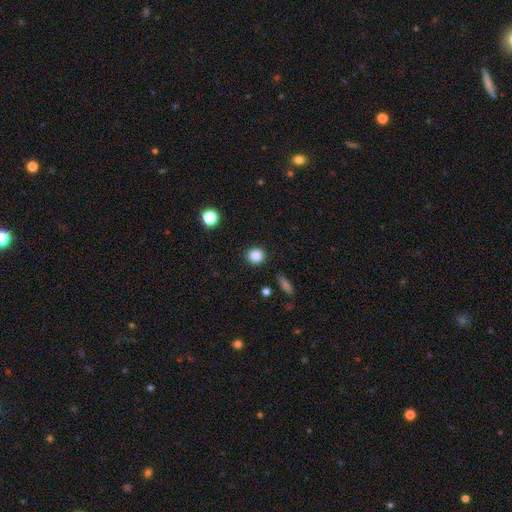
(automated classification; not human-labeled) smooth_or_featured: smooth (p=0.85) [alt: star or artifact p=0.11]
how_rounded: round (p=0.85) [alt: in between p=0.14]
merging: none (p=0.90) [alt: minor disturbance p=0.06]